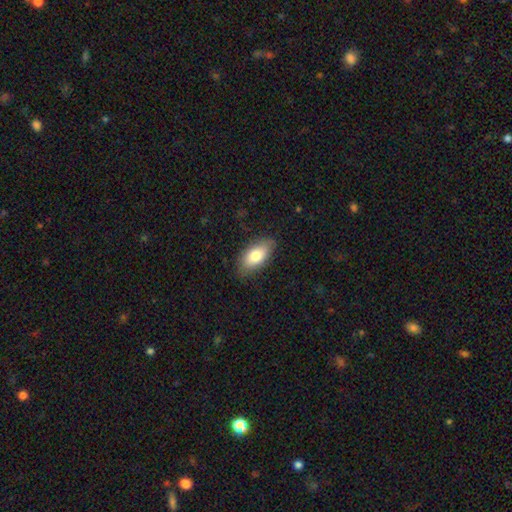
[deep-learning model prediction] This is likely a smooth galaxy (78%). How rounded: clearly in between (91%). Merging: clearly none (82%).